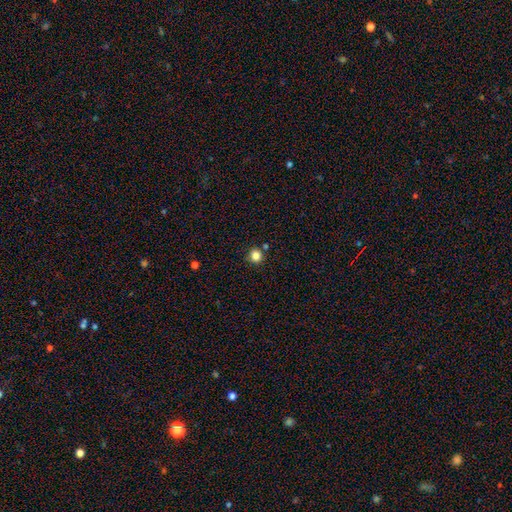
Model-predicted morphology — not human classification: smooth-or-featured: smooth: 83% | star or artifact: 12% | featured or disk: 5%
  how-rounded: round: 92% | in between: 7% | cigar-shaped: 1%
  merging: none: 84% | minor disturbance: 8% | merger: 6% | major disturbance: 2%